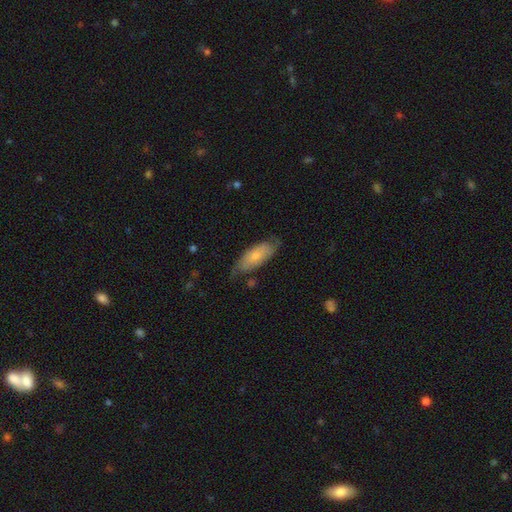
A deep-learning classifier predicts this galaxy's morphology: smooth-or-featured: smooth: 68% | featured or disk: 26% | star or artifact: 6%
  how-rounded: in between: 79% | cigar-shaped: 19% | round: 2%
  merging: none: 62% | minor disturbance: 29% | major disturbance: 7% | merger: 2%